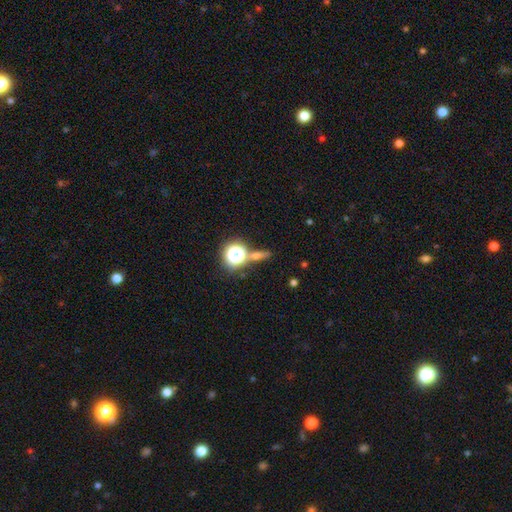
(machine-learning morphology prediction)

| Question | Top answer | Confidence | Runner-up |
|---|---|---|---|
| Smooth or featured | smooth | 47% | star or artifact (34%) |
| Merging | none | 68% | merger (15%) |